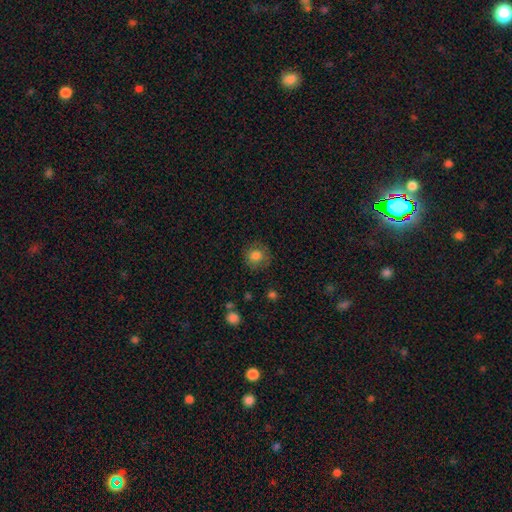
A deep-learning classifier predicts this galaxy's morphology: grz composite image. It shows a smooth galaxy with no disk features (81%) that is round (90%). Merging: none (82%).